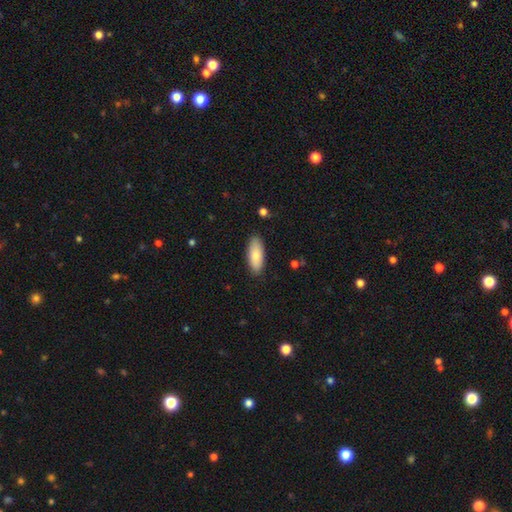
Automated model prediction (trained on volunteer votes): This is clearly a smooth galaxy (82%). How rounded: likely in between (79%). Merging: clearly none (88%).